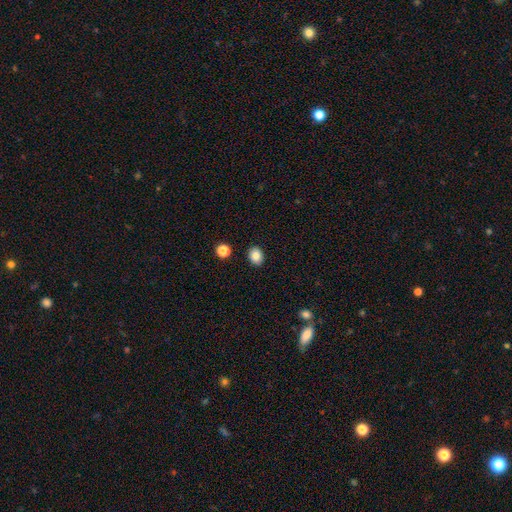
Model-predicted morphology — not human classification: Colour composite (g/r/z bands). It shows a smooth galaxy with no disk features (85%) that is in between round and cigar-shaped (50%). Merging: none (90%).